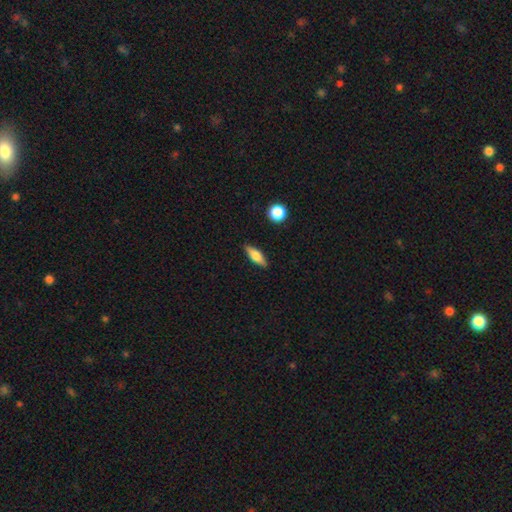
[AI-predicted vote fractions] This is likely a smooth galaxy (63%). How rounded: possibly in between (50%). Merging: clearly none (87%).